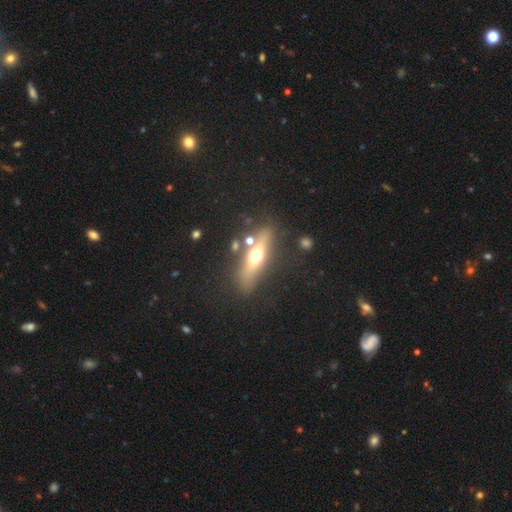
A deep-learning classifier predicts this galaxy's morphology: A featured or disk galaxy (55%) viewed edge-on (84%). Merging: none (78%).